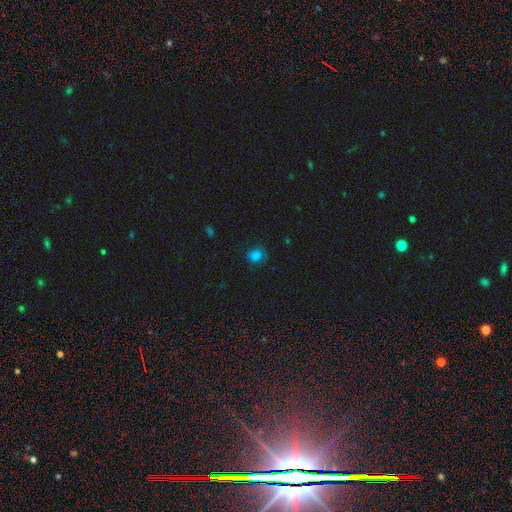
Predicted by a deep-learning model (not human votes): smooth_or_featured: smooth (p=0.79) [alt: star or artifact p=0.16]
how_rounded: round (p=0.69) [alt: in between p=0.30]
merging: none (p=0.72) [alt: minor disturbance p=0.20]